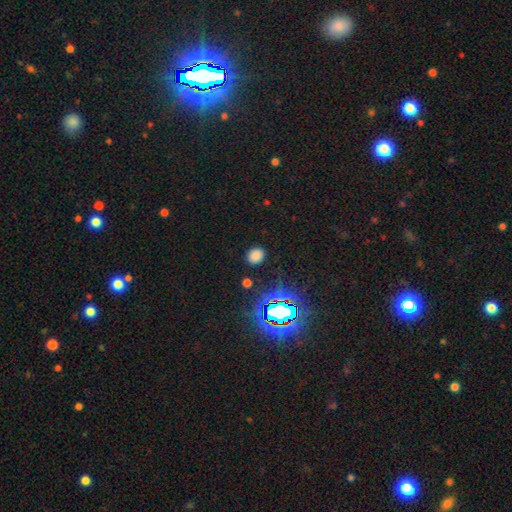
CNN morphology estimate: A smooth galaxy with no disk features (73%) that is round (60%). Merging: none (86%).